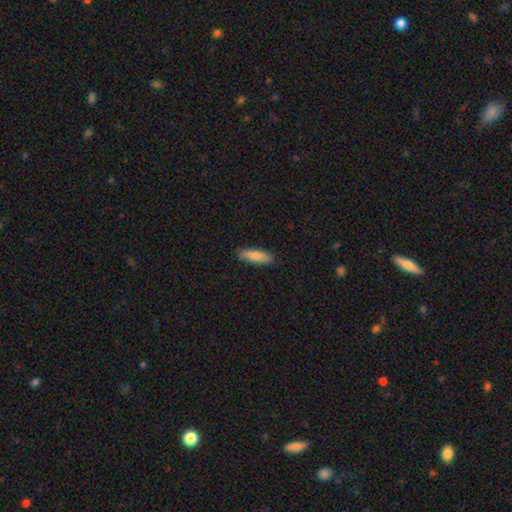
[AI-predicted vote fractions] Overall: smooth (84%). How rounded: cigar-shaped (53%; in between 45%). Merging: none (87%).